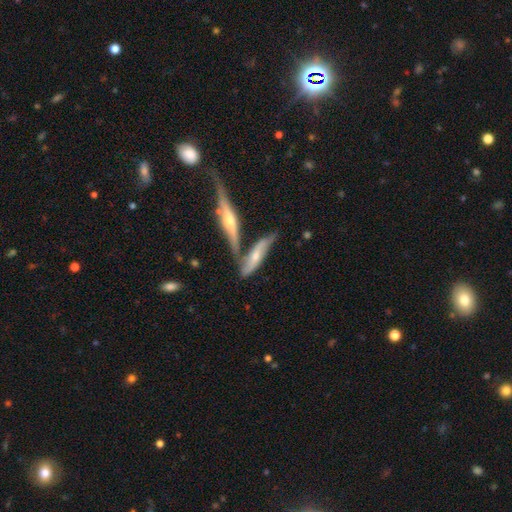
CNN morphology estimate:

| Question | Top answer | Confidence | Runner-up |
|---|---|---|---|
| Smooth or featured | featured or disk | 60% | smooth (34%) |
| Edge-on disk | yes | 67% | no (33%) |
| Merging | none | 44% | merger (34%) |